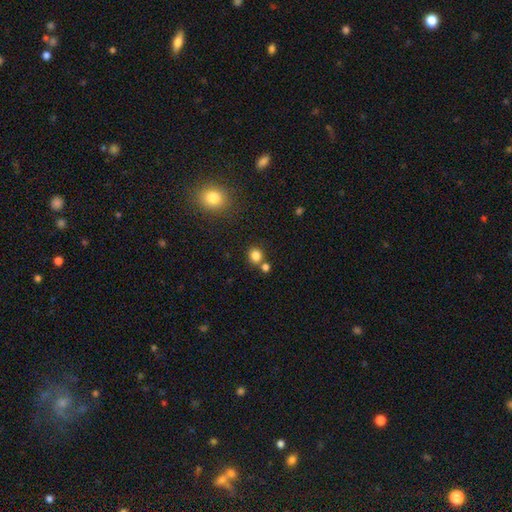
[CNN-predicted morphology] A smooth galaxy with no disk features (82%) that is round (83%).

Vote fractions:
- Smooth or featured? smooth: 82% / star or artifact: 13% / featured or disk: 5%
- How rounded? round: 83% / in between: 16% / cigar-shaped: 1%
- Merging? none: 71% / merger: 18% / minor disturbance: 8% / major disturbance: 3%